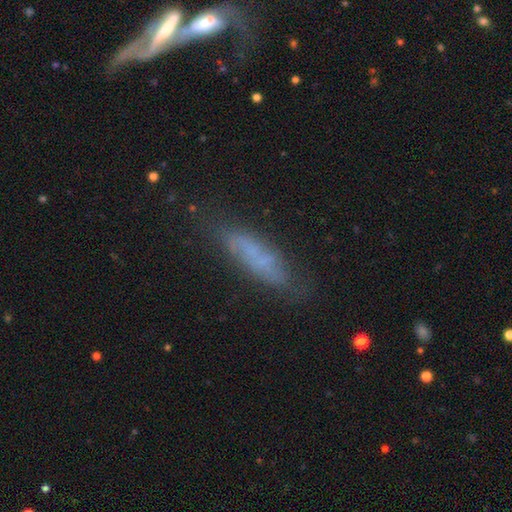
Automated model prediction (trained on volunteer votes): smooth_or_featured: smooth (p=0.55) [alt: featured or disk p=0.34]
how_rounded: cigar-shaped (p=0.68) [alt: in between p=0.30]
merging: none (p=0.70) [alt: minor disturbance p=0.20]